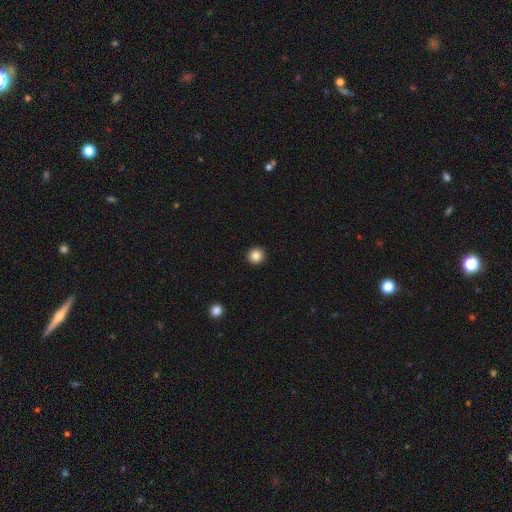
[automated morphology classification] Overall: smooth (85%). How rounded: round (94%). Merging: none (94%).